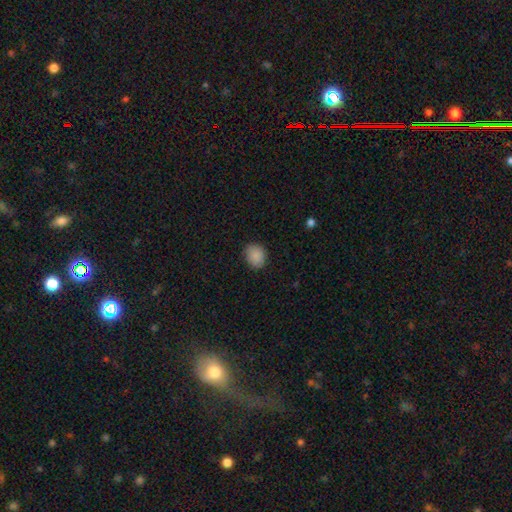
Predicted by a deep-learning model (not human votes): A smooth galaxy with no disk features (88%) that is round (58%).

Vote fractions:
- Smooth or featured? smooth: 88% / star or artifact: 8% / featured or disk: 4%
- How rounded? round: 58% / in between: 41% / cigar-shaped: 1%
- Merging? none: 82% / minor disturbance: 14% / major disturbance: 3% / merger: 1%